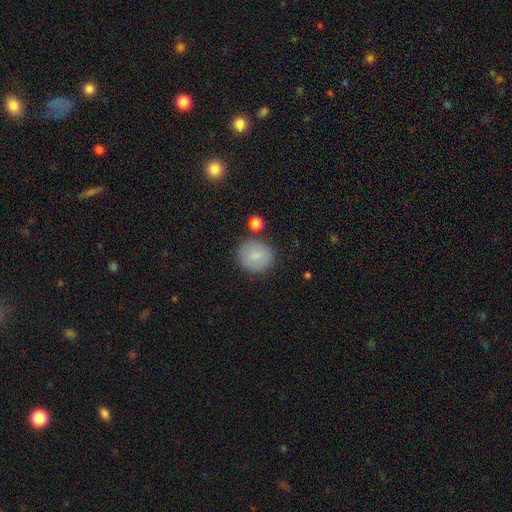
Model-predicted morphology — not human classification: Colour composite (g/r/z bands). It shows a smooth galaxy with no disk features (81%) that is round (79%). Merging: none (81%).